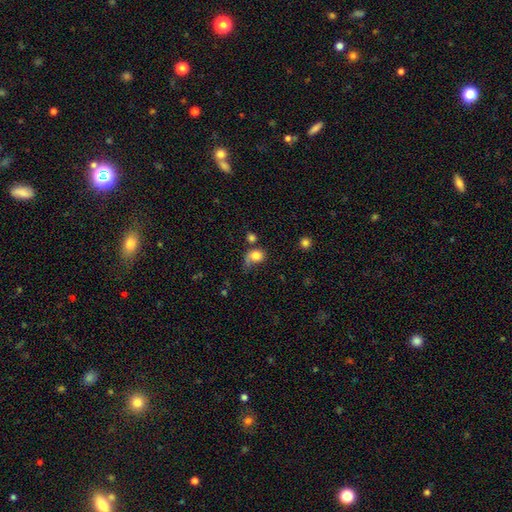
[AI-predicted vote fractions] This appears to be a smooth galaxy with no disk features (78%) that is round (64%). Merging: none (38%).